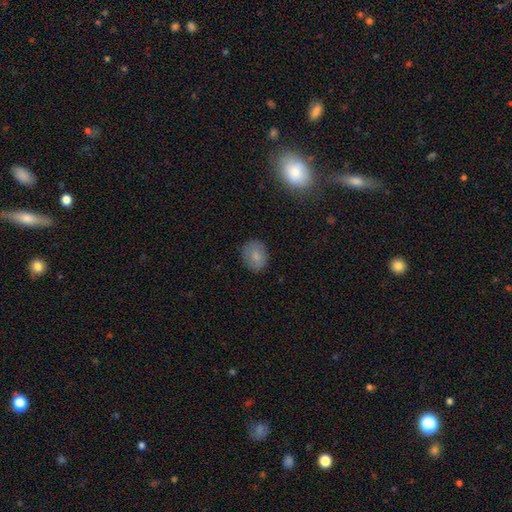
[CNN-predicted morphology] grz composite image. It shows a smooth galaxy with no disk features (80%) that is round (59%). Merging: none (84%).